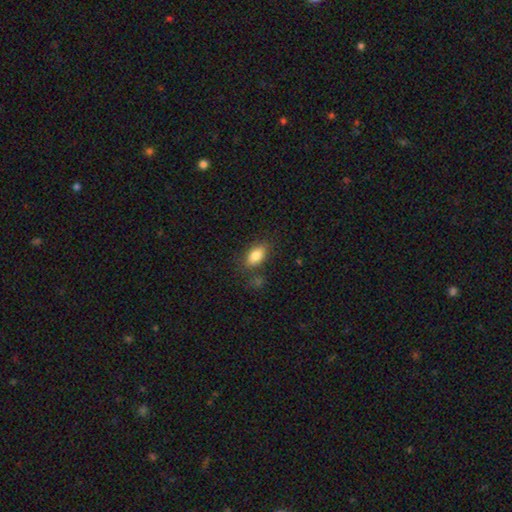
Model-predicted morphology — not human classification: A smooth galaxy with no disk features (83%) that is in between round and cigar-shaped (89%). Merging: none (76%).